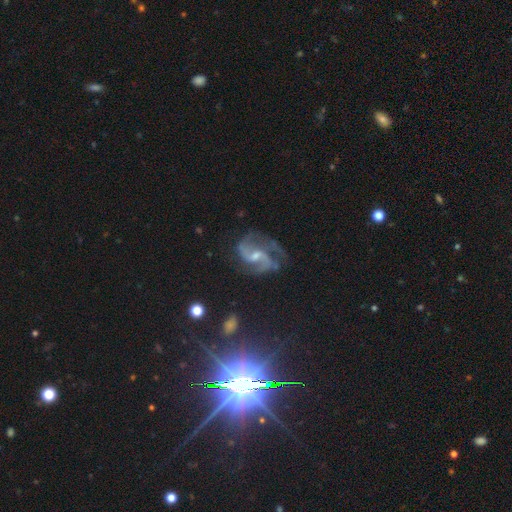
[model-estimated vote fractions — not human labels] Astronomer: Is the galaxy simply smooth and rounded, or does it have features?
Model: featured or disk — 85%.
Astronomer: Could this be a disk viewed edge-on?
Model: no — 98%.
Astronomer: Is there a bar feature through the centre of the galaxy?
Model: weak — 47% (runner-up: no, 38%).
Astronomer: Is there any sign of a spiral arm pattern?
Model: yes — 97%.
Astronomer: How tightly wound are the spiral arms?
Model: medium — 54%.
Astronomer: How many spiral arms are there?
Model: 2 — 61%.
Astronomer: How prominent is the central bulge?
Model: small — 51% (runner-up: moderate, 40%).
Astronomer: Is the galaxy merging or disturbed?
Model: none — 61%.